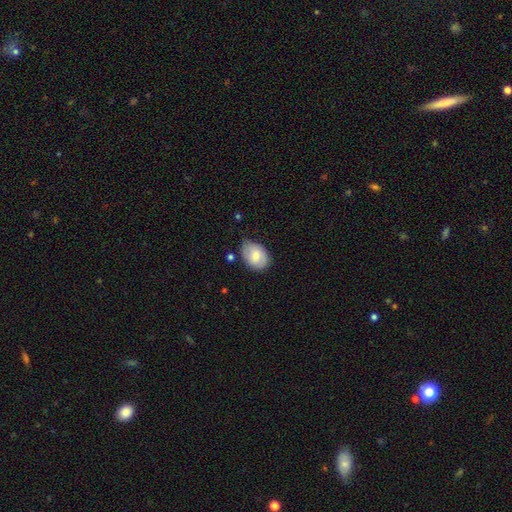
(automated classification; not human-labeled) smooth 75%, featured or disk 19%, star or artifact 6%. Down the decision tree: how rounded — in between (77%); merging — none (62%).